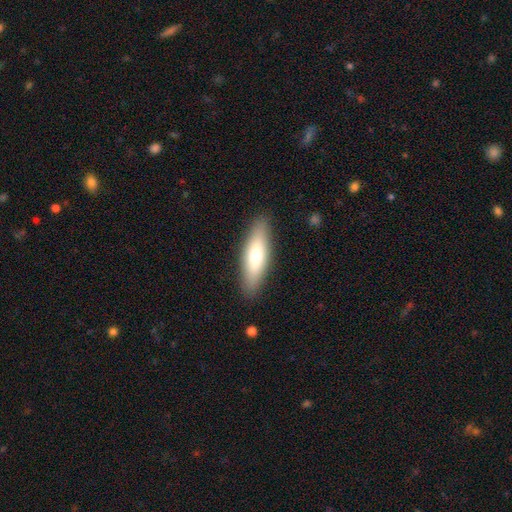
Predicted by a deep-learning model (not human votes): Morphology: type=smooth (68%); roundness=cigar-shaped (56%); merging=none (88%).